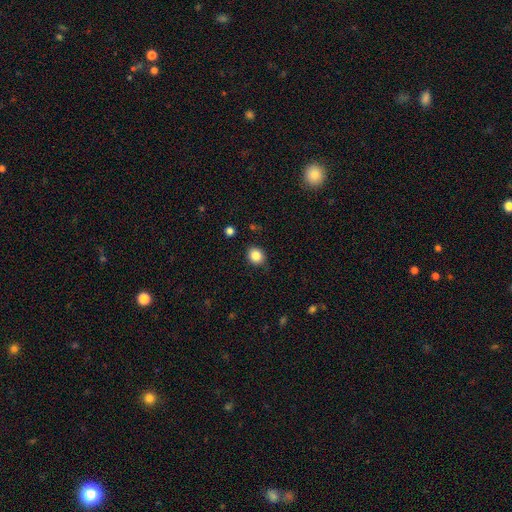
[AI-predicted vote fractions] Q: Smooth or featured?
A: smooth (85%); runner-up: star or artifact (10%)
Q: How rounded?
A: round (65%); runner-up: in between (34%)
Q: Merging?
A: none (83%); runner-up: minor disturbance (12%)